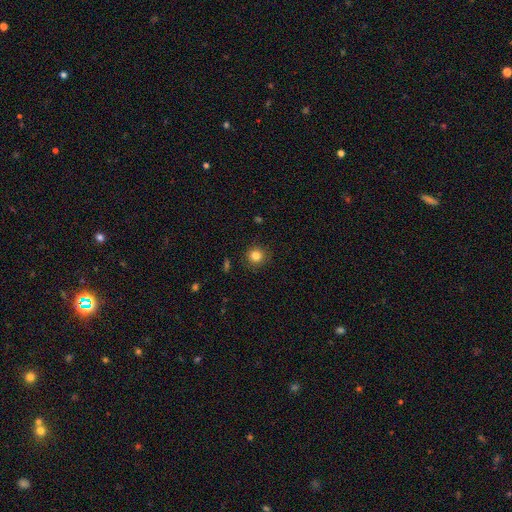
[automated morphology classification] Q: Smooth or featured?
A: smooth (83%); runner-up: star or artifact (12%)
Q: How rounded?
A: round (94%); runner-up: in between (5%)
Q: Merging?
A: none (90%); runner-up: minor disturbance (7%)